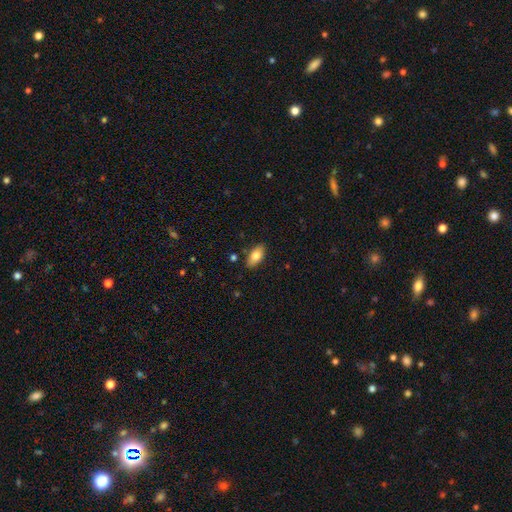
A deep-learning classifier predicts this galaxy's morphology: smooth-or-featured: smooth: 78% | featured or disk: 15% | star or artifact: 7%
  how-rounded: in between: 92% | cigar-shaped: 5% | round: 3%
  merging: none: 86% | minor disturbance: 10% | merger: 2% | major disturbance: 2%